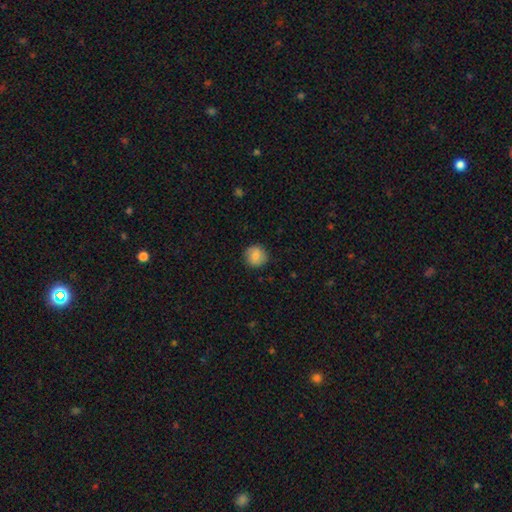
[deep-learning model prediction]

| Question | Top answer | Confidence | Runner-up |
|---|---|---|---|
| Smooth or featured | smooth | 80% | featured or disk (13%) |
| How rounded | round | 91% | in between (8%) |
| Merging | none | 87% | minor disturbance (9%) |